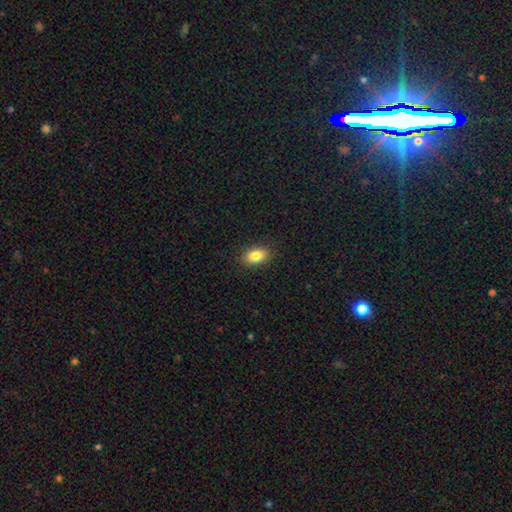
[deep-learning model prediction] Smooth or featured? Predicted: smooth (p=0.84). How rounded? Predicted: in between (p=0.86). Merging? Predicted: none (p=0.88).